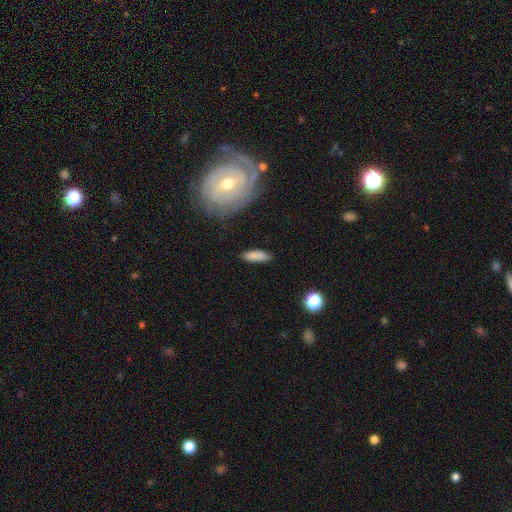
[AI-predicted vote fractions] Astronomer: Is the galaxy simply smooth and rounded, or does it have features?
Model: smooth — 84%.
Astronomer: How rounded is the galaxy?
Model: in between — 51% (runner-up: cigar-shaped, 47%).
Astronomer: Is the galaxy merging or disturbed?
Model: none — 82%.